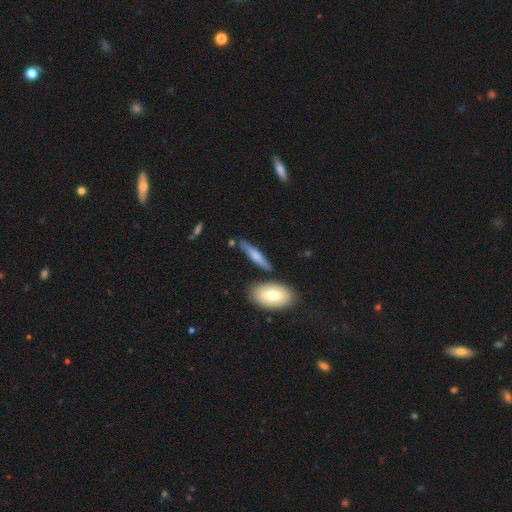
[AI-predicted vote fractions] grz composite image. It shows a smooth galaxy with no disk features (62%) that is cigar-shaped (75%). Merging: none (78%).